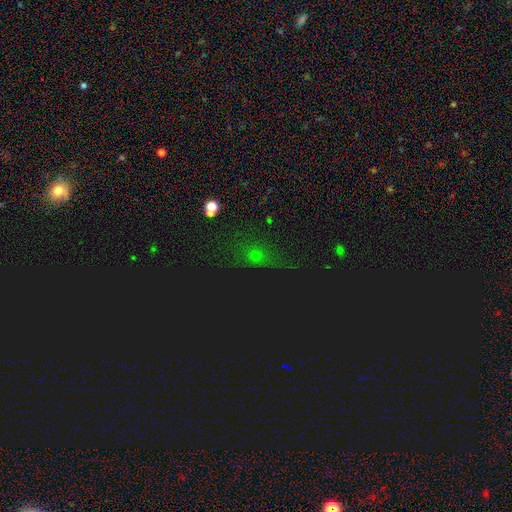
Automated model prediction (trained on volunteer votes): A smooth galaxy with no disk features (45%).

Vote fractions:
- Smooth or featured? smooth: 45% / star or artifact: 44% / featured or disk: 11%
- Merging? none: 65% / minor disturbance: 17% / major disturbance: 13% / merger: 5%